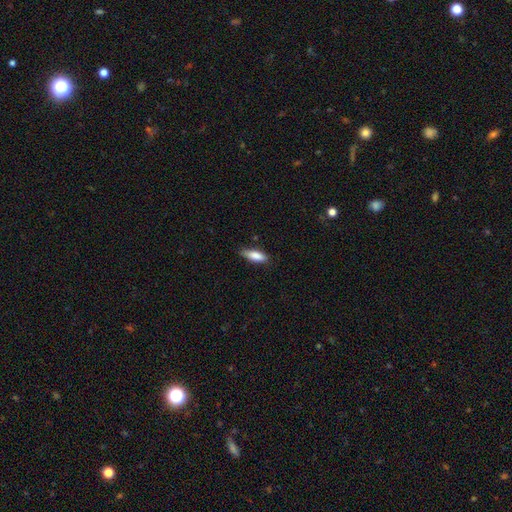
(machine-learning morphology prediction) smooth 84%, featured or disk 10%, star or artifact 7%. Down the decision tree: how rounded — in between (64%); merging — none (74%).